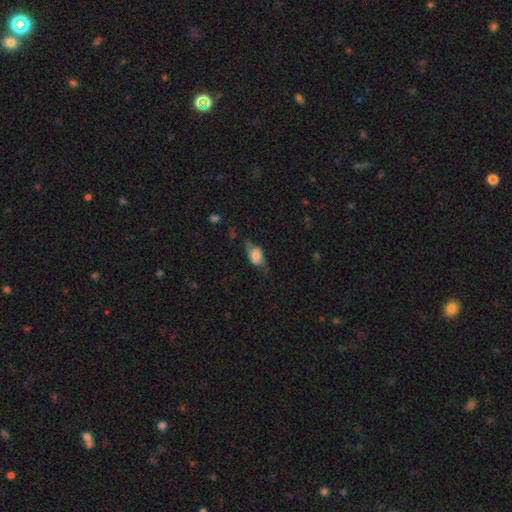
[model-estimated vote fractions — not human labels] Smooth or featured: smooth — 57% (featured or disk — 34%)
How rounded: in between — 81% (round — 13%)
Merging: none — 49% (minor disturbance — 28%)